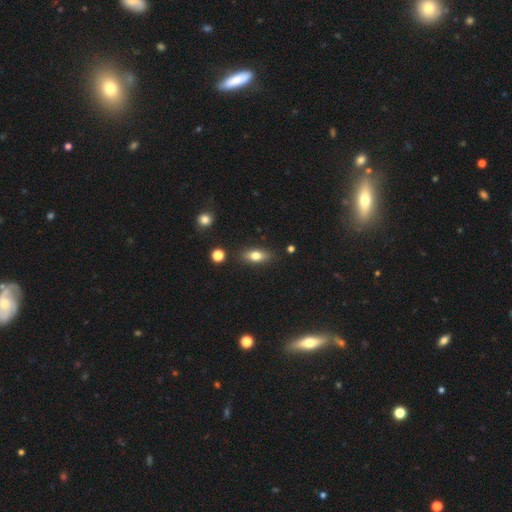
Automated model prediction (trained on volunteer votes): Smooth or featured? smooth (73%)
How rounded? in between (77%)
Merging? none (85%)